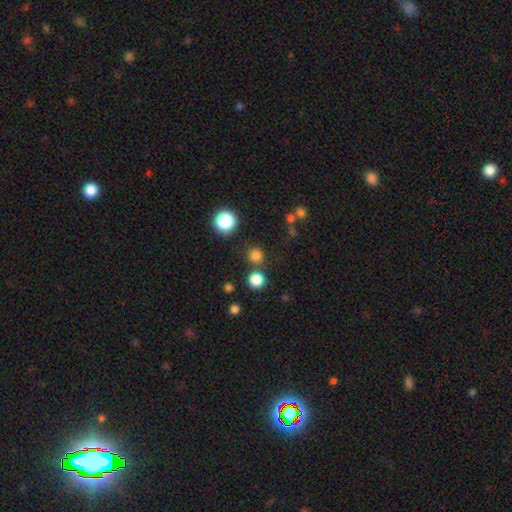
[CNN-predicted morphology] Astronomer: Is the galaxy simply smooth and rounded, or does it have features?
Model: smooth — 79%.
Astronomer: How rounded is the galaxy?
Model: round — 92%.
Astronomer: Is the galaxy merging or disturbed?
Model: none — 78%.